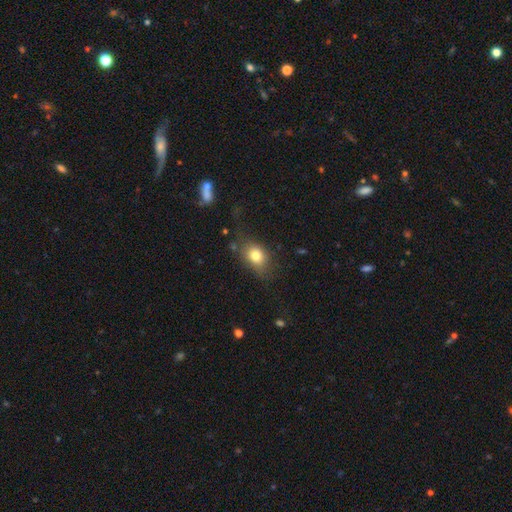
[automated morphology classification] A smooth galaxy with no disk features (78%) that is in between round and cigar-shaped (61%).

Vote fractions:
- Smooth or featured? smooth: 78% / featured or disk: 12% / star or artifact: 11%
- How rounded? in between: 61% / round: 37% / cigar-shaped: 2%
- Merging? none: 63% / minor disturbance: 21% / major disturbance: 12% / merger: 3%